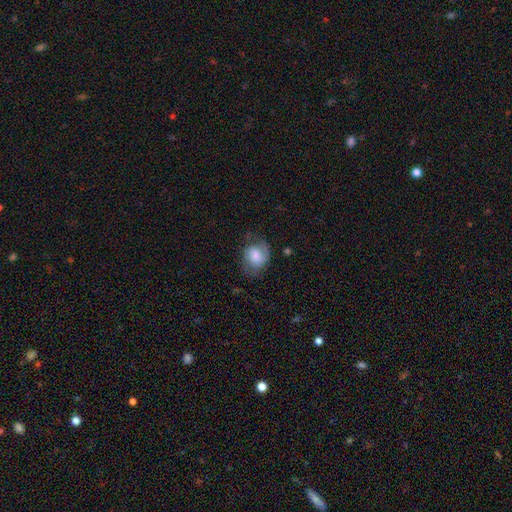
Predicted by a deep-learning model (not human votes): This is possibly a smooth galaxy (59%). How rounded: possibly round (52%). Merging: possibly none (55%).